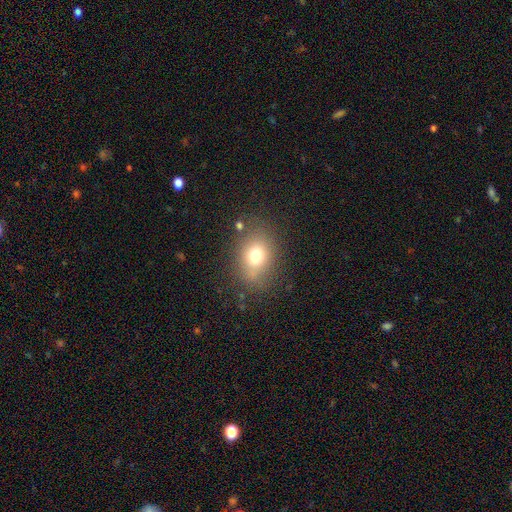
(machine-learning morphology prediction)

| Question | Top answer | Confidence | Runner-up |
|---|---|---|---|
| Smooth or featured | smooth | 72% | featured or disk (14%) |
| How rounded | in between | 60% | round (39%) |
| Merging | none | 74% | minor disturbance (16%) |